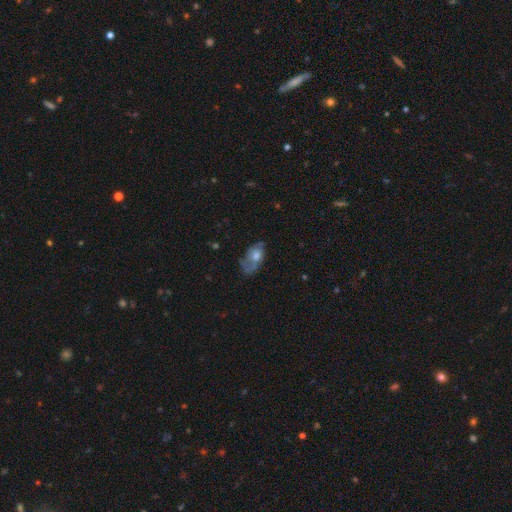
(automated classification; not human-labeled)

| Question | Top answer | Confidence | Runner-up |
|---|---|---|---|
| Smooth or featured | featured or disk | 48% | smooth (42%) |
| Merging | none | 40% | minor disturbance (28%) |